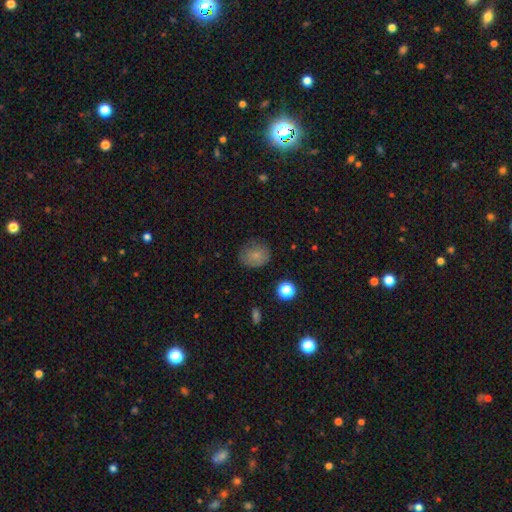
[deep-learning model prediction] smooth-or-featured: smooth: 79% | star or artifact: 11% | featured or disk: 10%
  how-rounded: round: 72% | in between: 27% | cigar-shaped: 1%
  merging: none: 76% | minor disturbance: 17% | major disturbance: 5% | merger: 2%